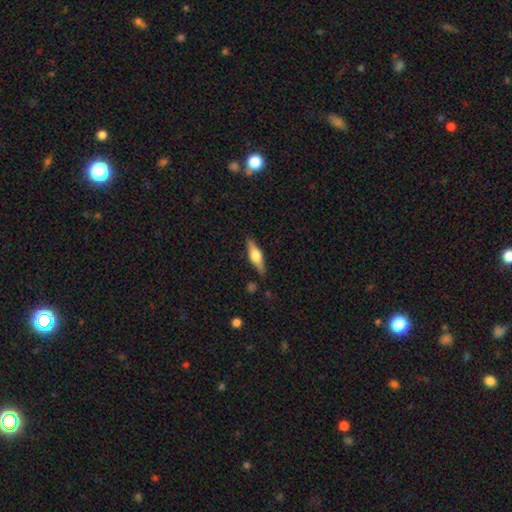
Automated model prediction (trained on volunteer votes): featured or disk 60%, smooth 34%, star or artifact 6%. Down the decision tree: edge-on disk — yes (95%); edge-on bulge — rounded (91%); merging — none (86%).